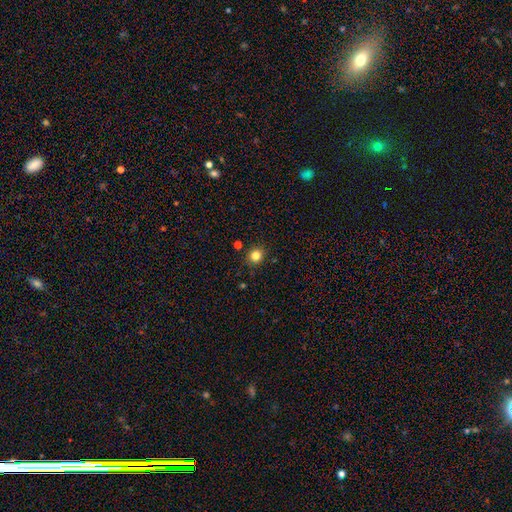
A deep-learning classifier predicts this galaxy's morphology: This is clearly a smooth galaxy (82%). How rounded: clearly round (81%). Merging: clearly none (89%).